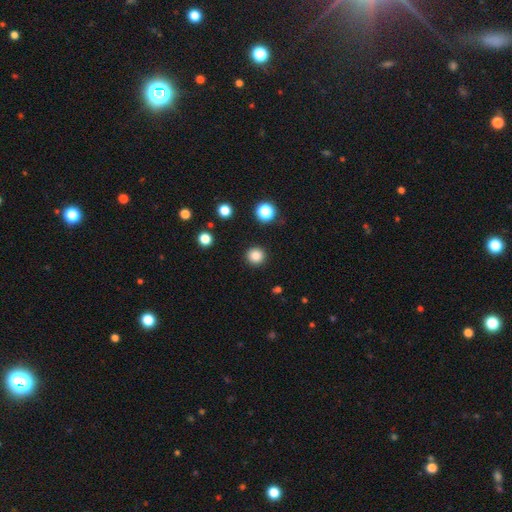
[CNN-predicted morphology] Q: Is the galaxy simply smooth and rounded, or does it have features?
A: smooth — 84%.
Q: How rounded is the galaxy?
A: round — 95%.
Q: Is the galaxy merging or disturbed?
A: none — 92%.